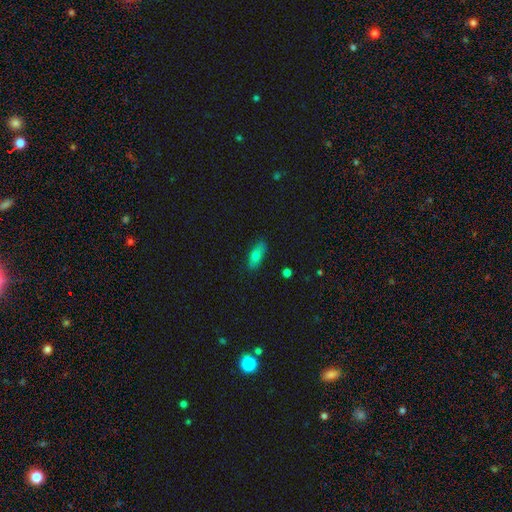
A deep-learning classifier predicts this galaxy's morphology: Smooth or featured: smooth — 73% (featured or disk — 19%)
How rounded: in between — 73% (cigar-shaped — 24%)
Merging: none — 83% (minor disturbance — 13%)